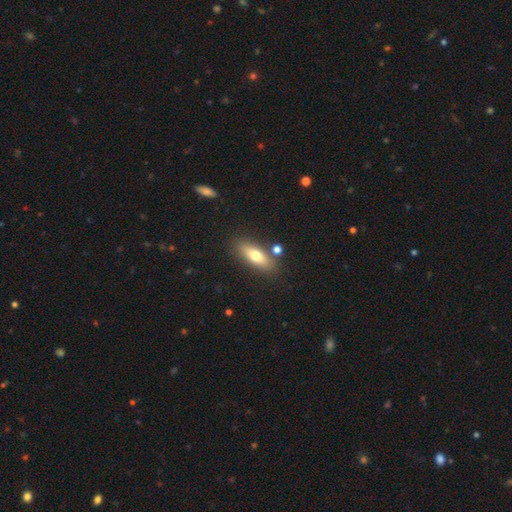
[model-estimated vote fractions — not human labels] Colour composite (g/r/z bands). It shows a smooth galaxy with no disk features (71%) that is in between round and cigar-shaped (62%). Merging: none (78%).